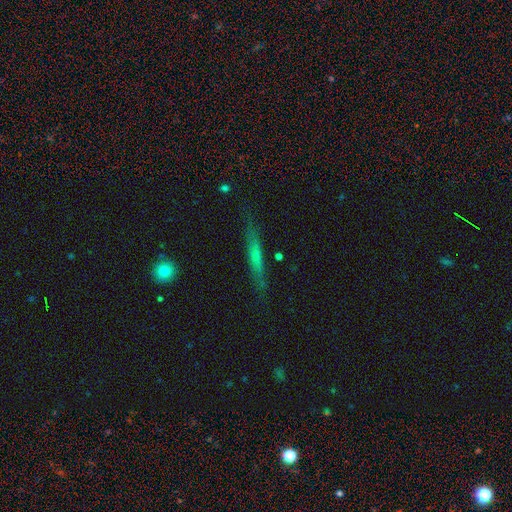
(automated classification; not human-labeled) Smooth or featured?
  - smooth: 46% *
  - featured or disk: 45%
  - star or artifact: 9%
Merging?
  - none: 81% *
  - minor disturbance: 14%
  - major disturbance: 4%
  - merger: 2%